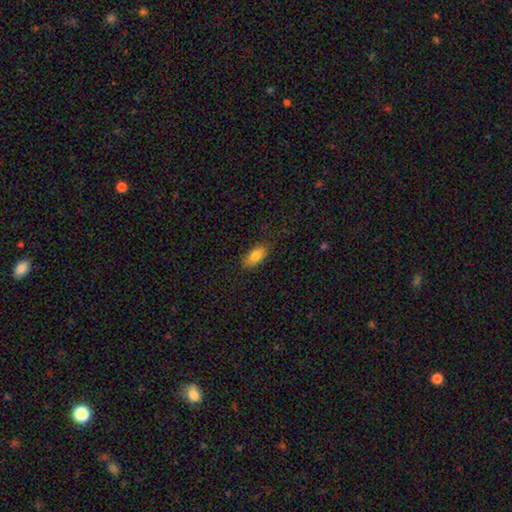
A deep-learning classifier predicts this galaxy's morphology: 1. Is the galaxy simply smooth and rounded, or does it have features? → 81% smooth, 11% featured or disk, 7% star or artifact.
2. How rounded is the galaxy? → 88% in between, 8% cigar-shaped, 4% round.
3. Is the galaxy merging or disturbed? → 82% none, 14% minor disturbance, 3% major disturbance, 1% merger.